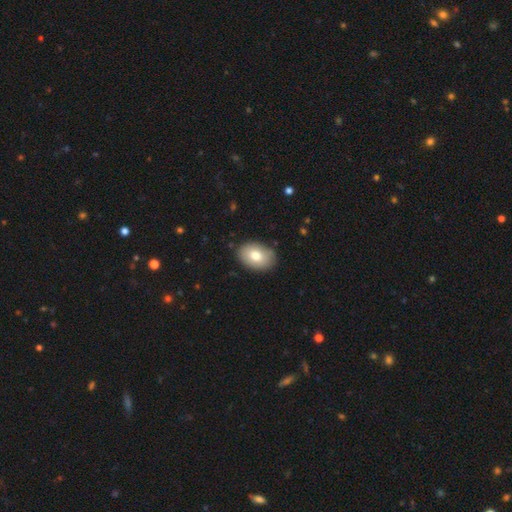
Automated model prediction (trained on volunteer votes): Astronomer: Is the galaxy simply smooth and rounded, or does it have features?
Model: smooth — 78%.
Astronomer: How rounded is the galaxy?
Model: in between — 86%.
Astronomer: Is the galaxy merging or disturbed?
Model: none — 87%.